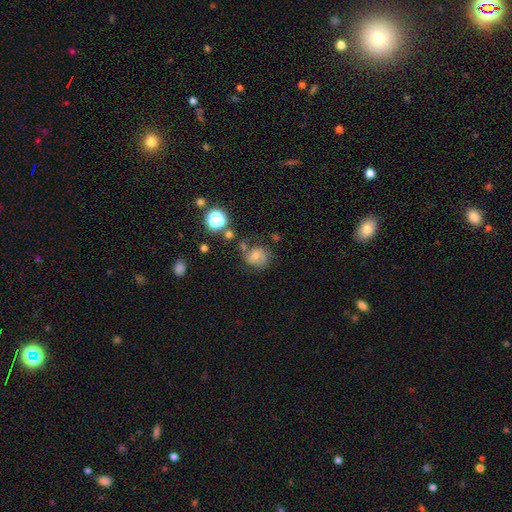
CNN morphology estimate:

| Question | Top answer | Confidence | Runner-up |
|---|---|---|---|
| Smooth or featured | smooth | 48% | featured or disk (38%) |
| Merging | none | 51% | minor disturbance (24%) |